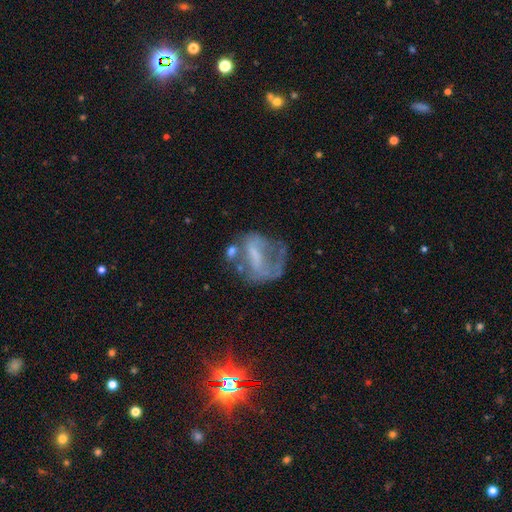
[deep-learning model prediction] This appears to be a featured or disk galaxy (58%) with no bar (37%), no spiral arms (57%) and no central bulge (47%). Merging: major disturbance (36%).